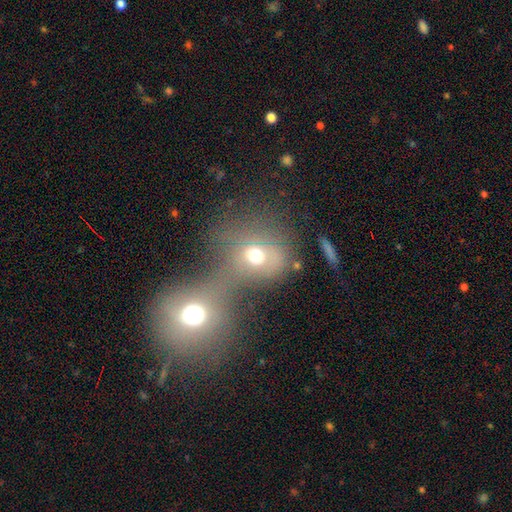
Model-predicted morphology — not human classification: This appears to be a smooth galaxy with no disk features (59%) that is round (63%). Merging: merger (59%).